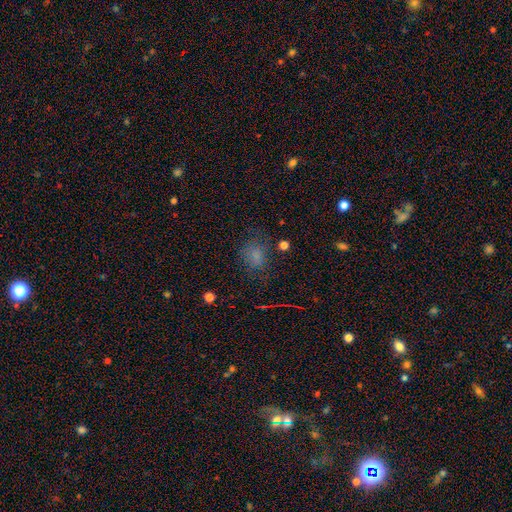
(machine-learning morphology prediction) A smooth galaxy with no disk features (69%) that is in between round and cigar-shaped (54%). Merging: none (63%).